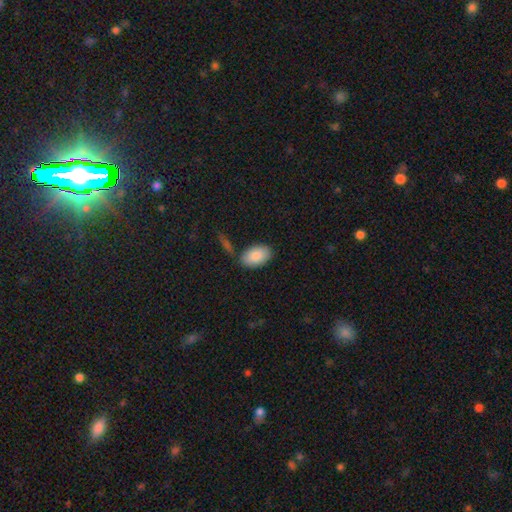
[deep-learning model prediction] smooth 87%, featured or disk 7%, star or artifact 6%. Down the decision tree: how rounded — in between (93%); merging — none (77%).